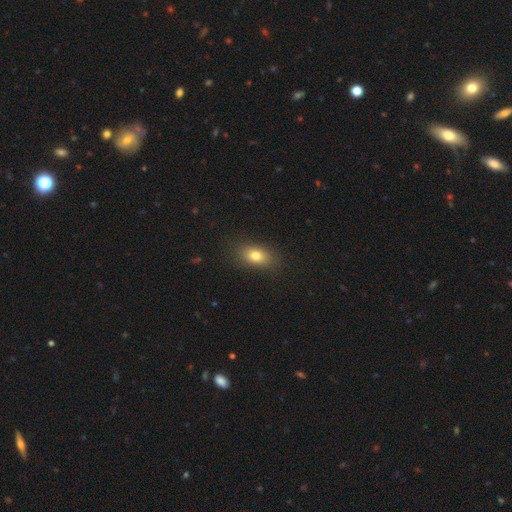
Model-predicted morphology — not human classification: The model was most divided on "how rounded": in between: 80%, round: 16%, cigar-shaped: 3%. More confident: merging — none (85%); smooth or featured — smooth (78%).